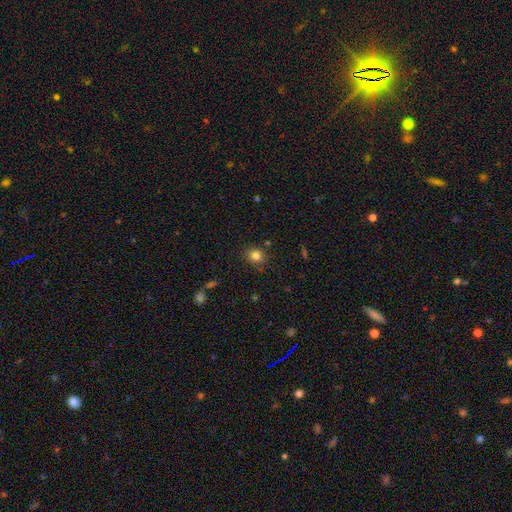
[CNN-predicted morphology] Smooth or featured: smooth — 81% (star or artifact — 13%)
How rounded: round — 77% (in between — 22%)
Merging: none — 84% (minor disturbance — 11%)